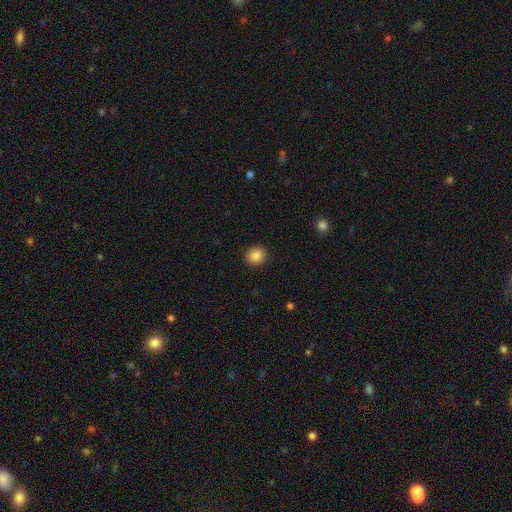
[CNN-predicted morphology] smooth-or-featured: smooth: 86% | star or artifact: 9% | featured or disk: 5%
  how-rounded: round: 79% | in between: 20% | cigar-shaped: 1%
  merging: none: 91% | minor disturbance: 6% | major disturbance: 2% | merger: 1%